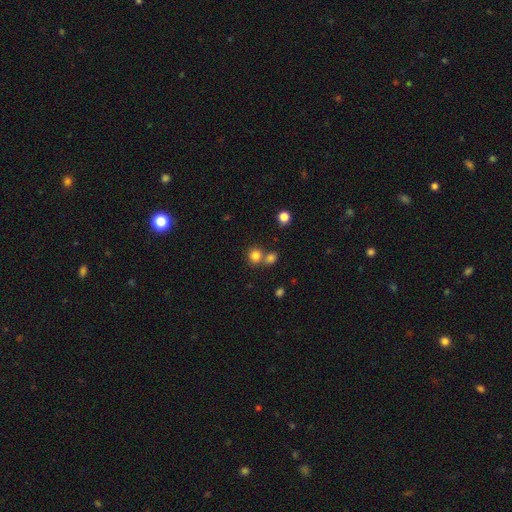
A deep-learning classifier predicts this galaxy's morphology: Smooth or featured?
  - smooth: 81% *
  - star or artifact: 13%
  - featured or disk: 6%
How rounded?
  - round: 84% *
  - in between: 15%
  - cigar-shaped: 1%
Merging?
  - none: 58% *
  - merger: 31%
  - minor disturbance: 8%
  - major disturbance: 3%